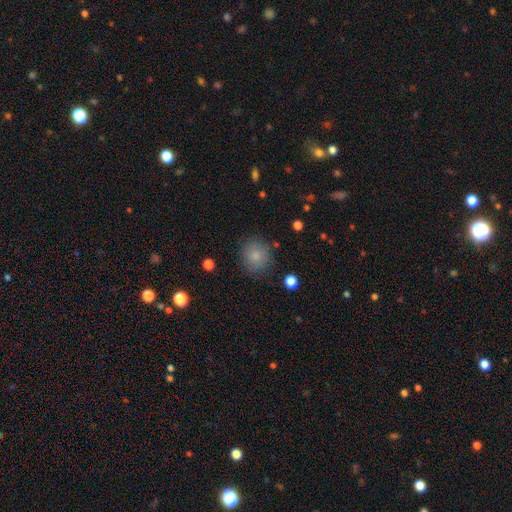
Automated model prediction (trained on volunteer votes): Overall: smooth (84%). How rounded: round (84%). Merging: none (82%).